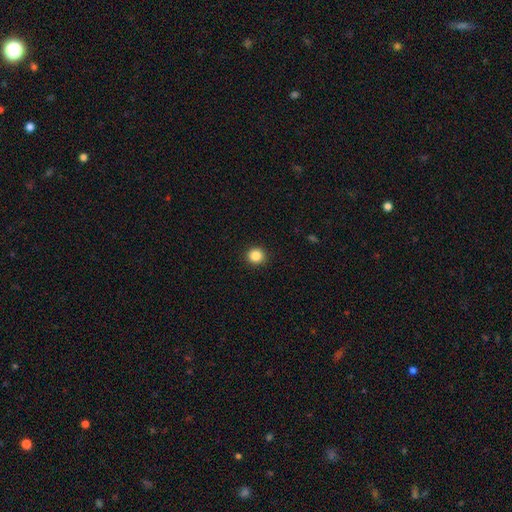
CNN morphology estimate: A smooth galaxy with no disk features (86%) that is round (94%).

Vote fractions:
- Smooth or featured? smooth: 86% / star or artifact: 11% / featured or disk: 3%
- How rounded? round: 94% / in between: 5% / cigar-shaped: 1%
- Merging? none: 93% / minor disturbance: 4% / major disturbance: 2% / merger: 1%